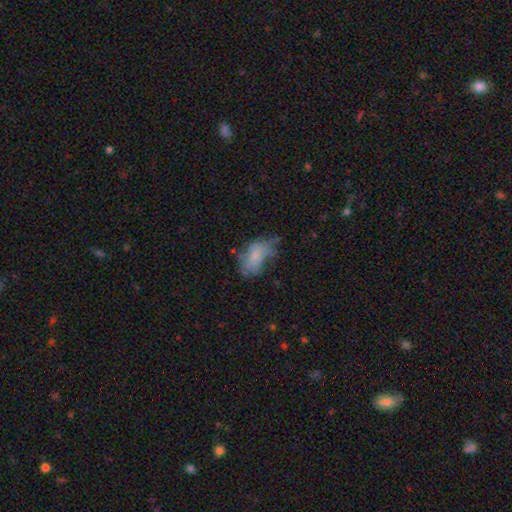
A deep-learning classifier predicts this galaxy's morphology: Smooth or featured?
  - smooth: 60% *
  - featured or disk: 28%
  - star or artifact: 11%
How rounded?
  - in between: 90% *
  - round: 7%
  - cigar-shaped: 3%
Merging?
  - none: 35% *
  - minor disturbance: 32%
  - major disturbance: 28%
  - merger: 5%